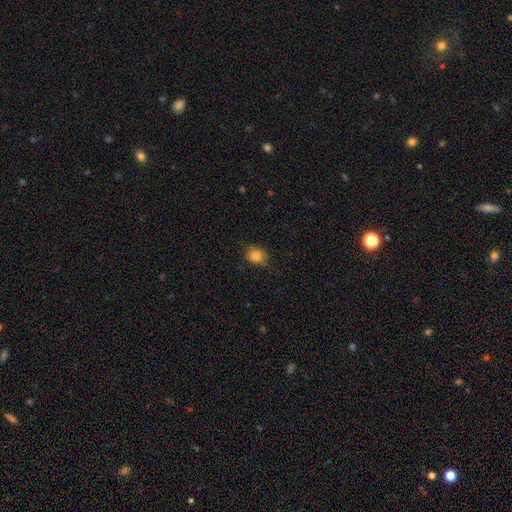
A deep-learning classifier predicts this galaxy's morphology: Q: Smooth or featured?
A: smooth (83%); runner-up: star or artifact (10%)
Q: How rounded?
A: round (56%); runner-up: in between (42%)
Q: Merging?
A: none (72%); runner-up: minor disturbance (22%)